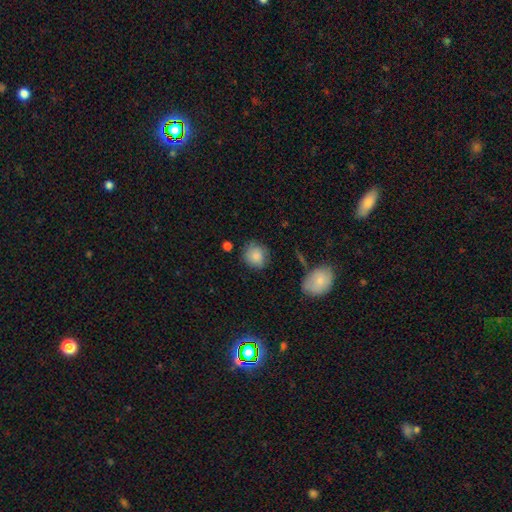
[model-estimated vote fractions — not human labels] Q: Smooth or featured?
A: smooth (83%); runner-up: featured or disk (9%)
Q: How rounded?
A: round (81%); runner-up: in between (18%)
Q: Merging?
A: none (75%); runner-up: minor disturbance (18%)